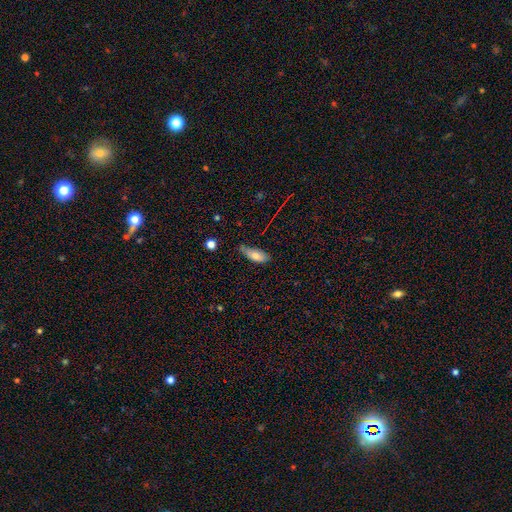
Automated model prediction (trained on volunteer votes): smooth_or_featured: smooth (p=0.76) [alt: featured or disk p=0.15]
how_rounded: in between (p=0.78) [alt: cigar-shaped p=0.20]
merging: none (p=0.53) [alt: minor disturbance p=0.35]